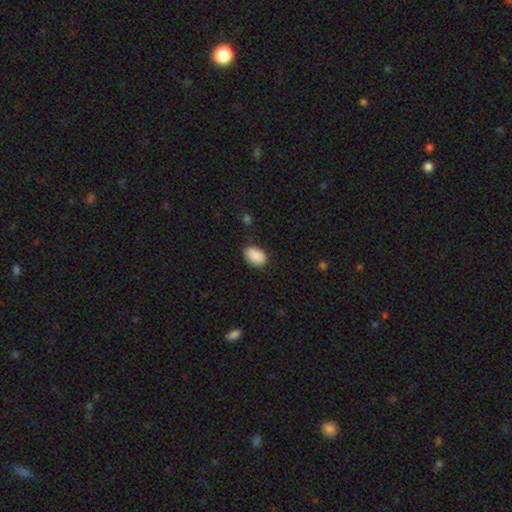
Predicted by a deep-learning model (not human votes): Q: Smooth or featured?
A: smooth (90%); runner-up: star or artifact (7%)
Q: How rounded?
A: in between (89%); runner-up: round (10%)
Q: Merging?
A: none (80%); runner-up: minor disturbance (16%)